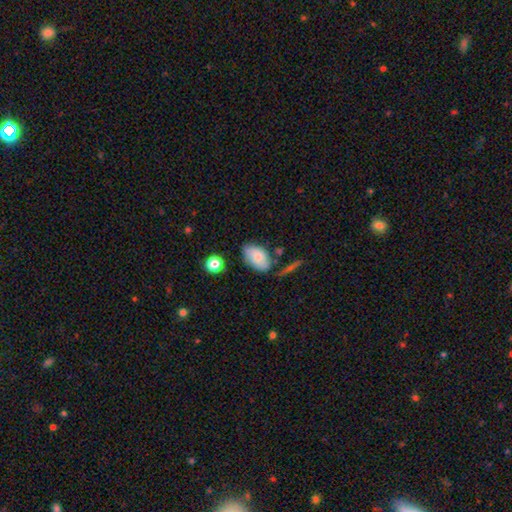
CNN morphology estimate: type=smooth (78%); roundness=in between (91%); merging=none (65%).